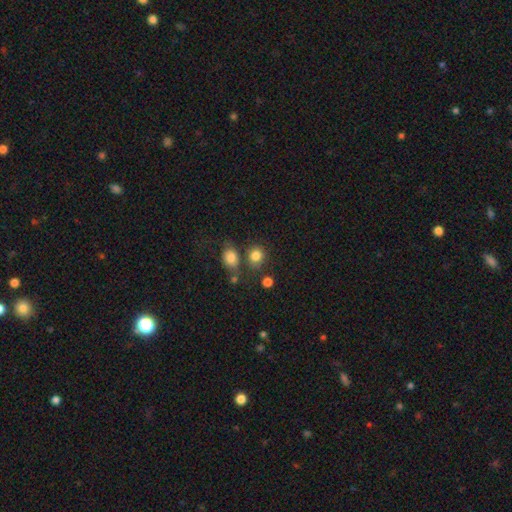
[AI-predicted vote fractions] Smooth or featured: smooth — 82% (star or artifact — 11%)
How rounded: round — 76% (in between — 23%)
Merging: none — 66% (merger — 18%)